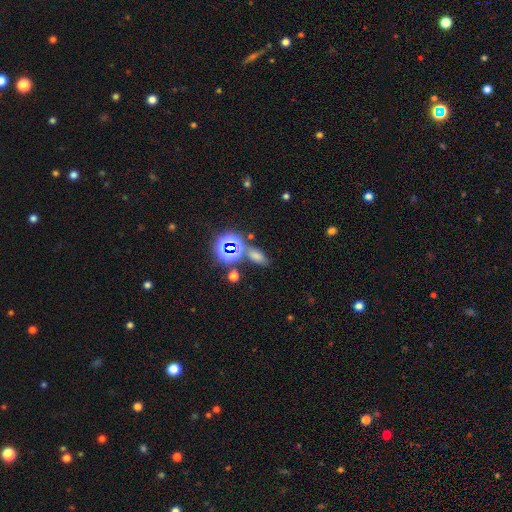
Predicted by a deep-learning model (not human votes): Morphology: type=smooth (61%); roundness=in between (79%); merging=none (71%).